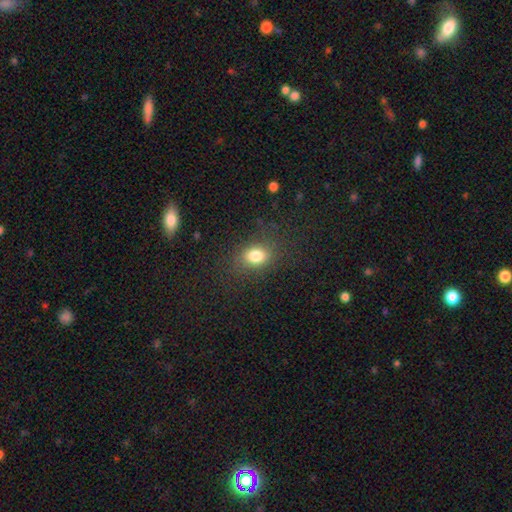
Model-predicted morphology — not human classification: smooth 79%, star or artifact 13%, featured or disk 8%. Down the decision tree: how rounded — in between (59%); merging — none (79%).